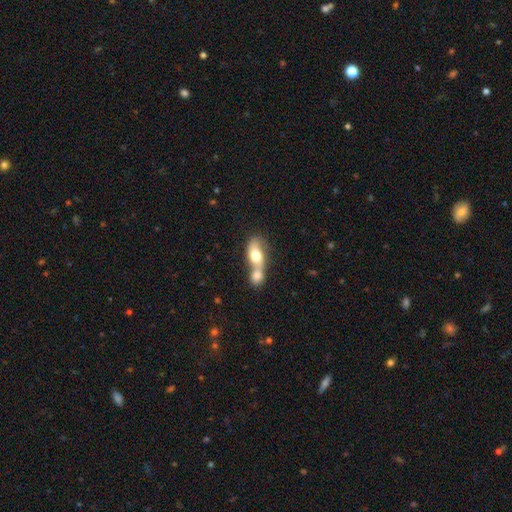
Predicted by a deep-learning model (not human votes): This appears to be a smooth galaxy with no disk features (66%) that is in between round and cigar-shaped (76%). Merging: merger (73%).